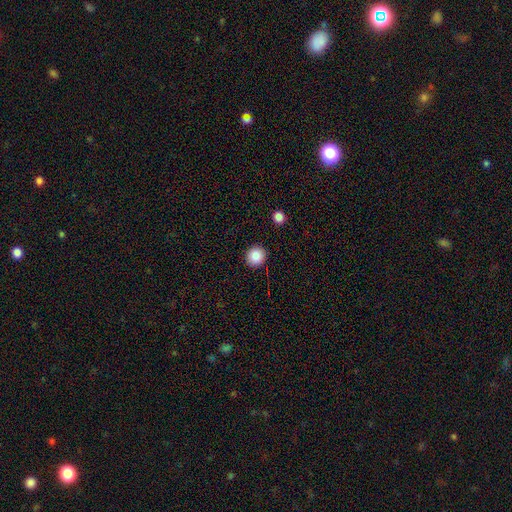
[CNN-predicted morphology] This is clearly a smooth galaxy (87%). How rounded: clearly round (94%). Merging: clearly none (92%).